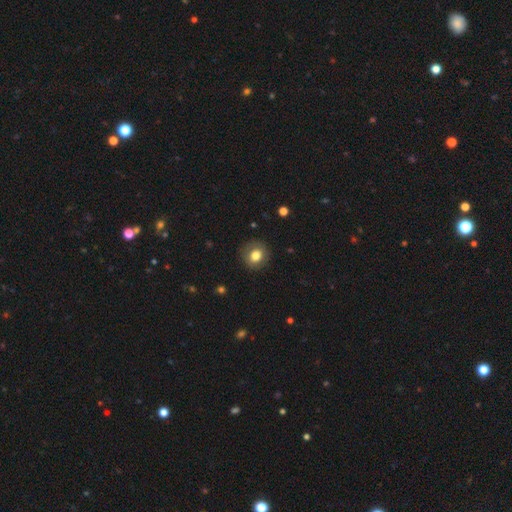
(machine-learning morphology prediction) smooth 78%, featured or disk 14%, star or artifact 9%. Down the decision tree: how rounded — round (79%); merging — none (86%).